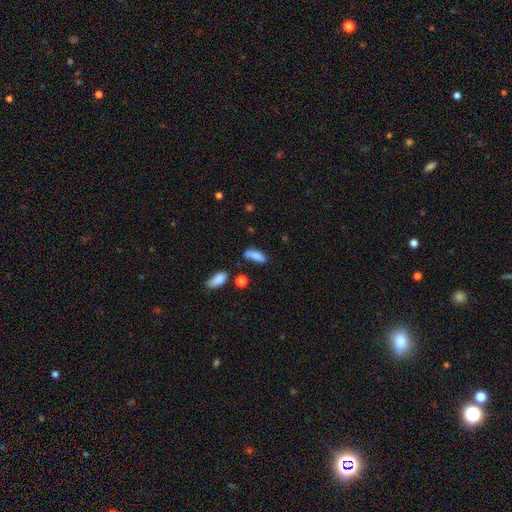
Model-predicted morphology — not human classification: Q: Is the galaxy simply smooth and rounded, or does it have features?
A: smooth — 78%.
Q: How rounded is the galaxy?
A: in between — 62%.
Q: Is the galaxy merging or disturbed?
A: none — 45%.